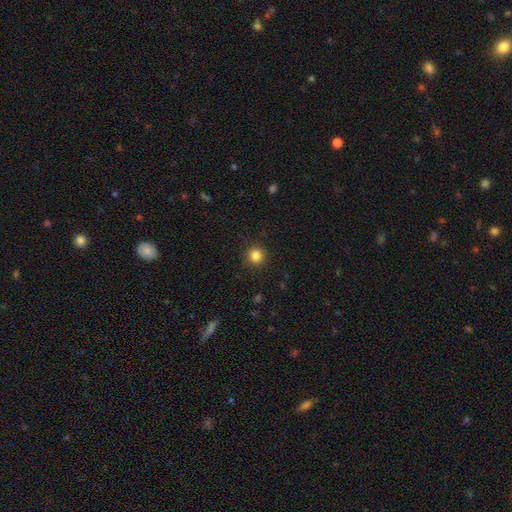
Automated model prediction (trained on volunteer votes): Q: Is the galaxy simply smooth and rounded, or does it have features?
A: smooth — 84%.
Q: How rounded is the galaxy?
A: round — 94%.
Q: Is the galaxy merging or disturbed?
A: none — 92%.